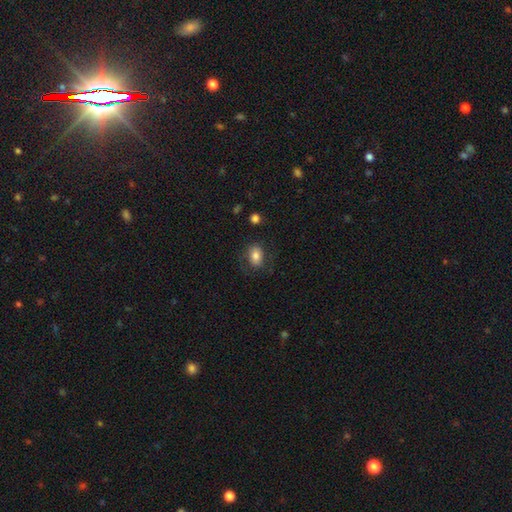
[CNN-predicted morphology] This appears to be a smooth galaxy with no disk features (79%) that is in between round and cigar-shaped (77%). Merging: none (73%).